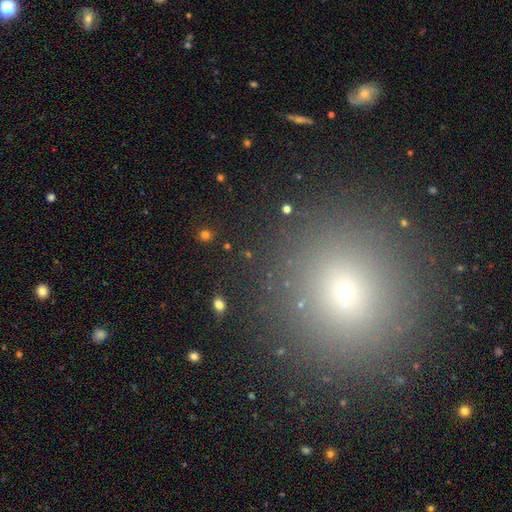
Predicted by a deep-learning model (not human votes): smooth-or-featured: smooth: 67% | star or artifact: 23% | featured or disk: 9%
  how-rounded: round: 88% | in between: 11% | cigar-shaped: 1%
  merging: none: 89% | minor disturbance: 6% | major disturbance: 3% | merger: 2%